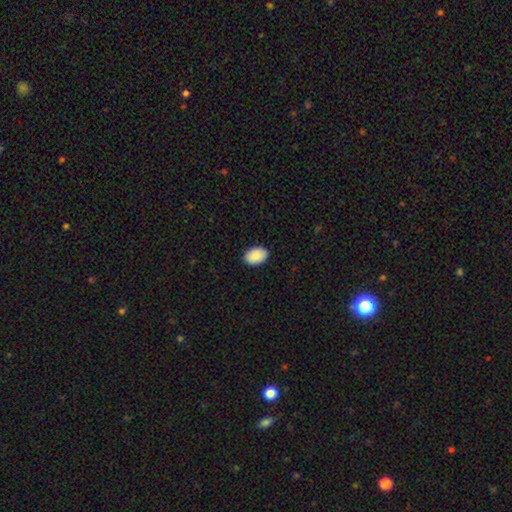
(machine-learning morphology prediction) Smooth or featured: smooth — 90% (star or artifact — 6%)
How rounded: in between — 88% (round — 11%)
Merging: none — 90% (minor disturbance — 8%)